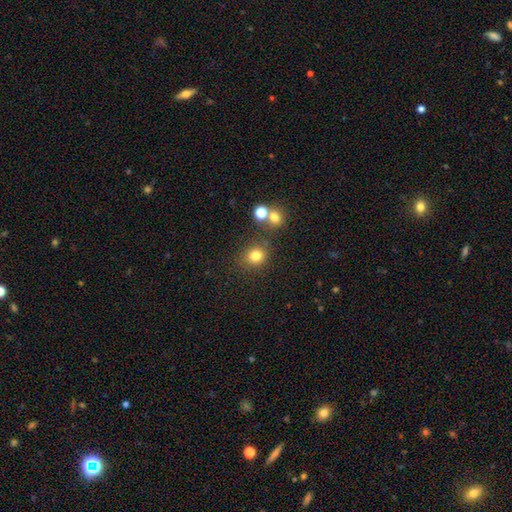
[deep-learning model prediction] Smooth or featured?
  - smooth: 79% *
  - star or artifact: 14%
  - featured or disk: 6%
How rounded?
  - round: 81% *
  - in between: 18%
  - cigar-shaped: 1%
Merging?
  - none: 78% *
  - minor disturbance: 10%
  - merger: 8%
  - major disturbance: 4%